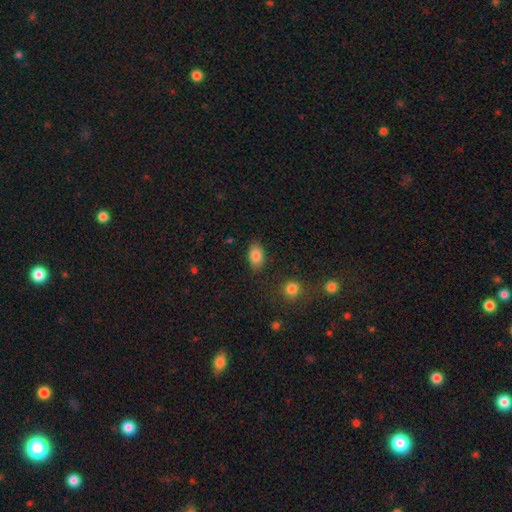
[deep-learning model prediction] Smooth or featured: smooth — 86% (star or artifact — 8%)
How rounded: in between — 87% (round — 12%)
Merging: none — 82% (minor disturbance — 12%)